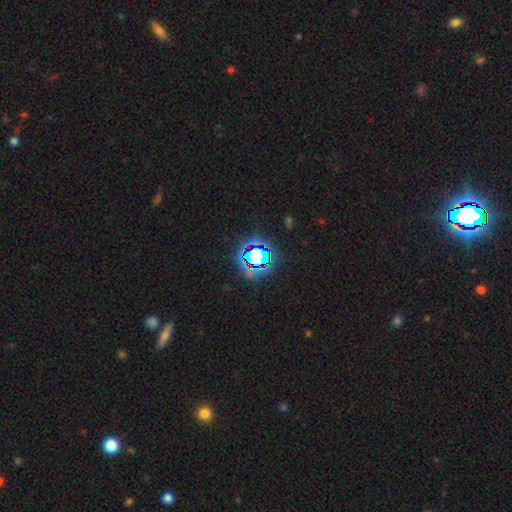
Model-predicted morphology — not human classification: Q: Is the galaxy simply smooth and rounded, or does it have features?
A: star or artifact — 68%.